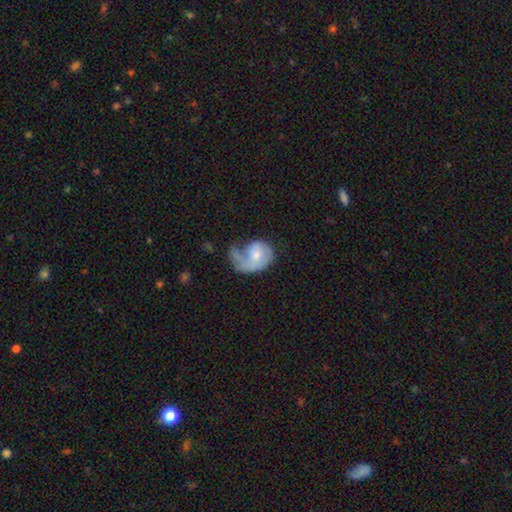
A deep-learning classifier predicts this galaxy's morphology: The model was most divided on "bulge size": small: 46%, moderate: 43%, none: 5%, large: 4%, dominant: 2%. More confident: edge-on disk — no (98%); spiral arms — yes (75%); bar — no (75%); smooth or featured — featured or disk (59%); merging — major disturbance (52%).